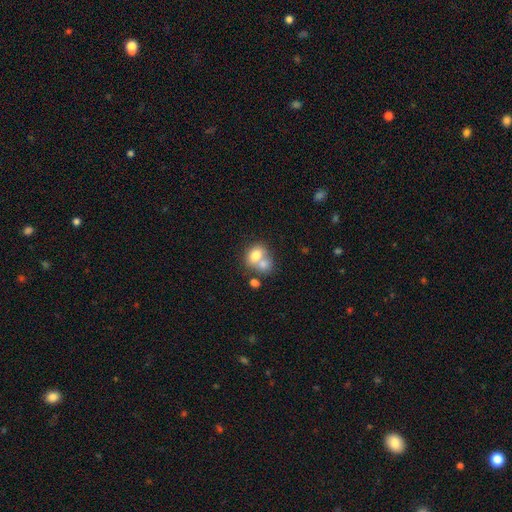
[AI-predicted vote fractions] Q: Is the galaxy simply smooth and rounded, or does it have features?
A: smooth — 73%.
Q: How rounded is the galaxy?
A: round — 55%.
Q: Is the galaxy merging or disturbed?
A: merger — 59%.